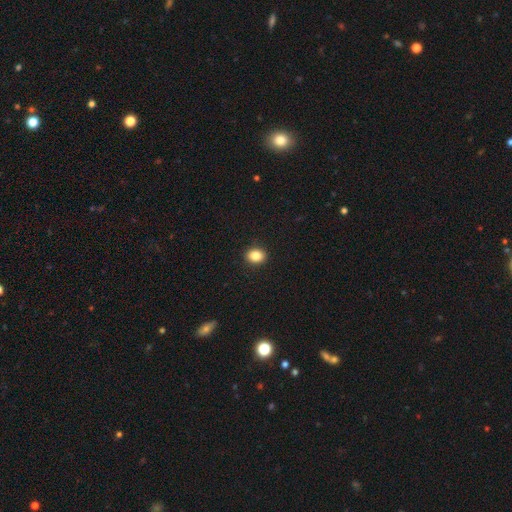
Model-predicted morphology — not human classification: Q: Smooth or featured?
A: smooth (85%); runner-up: star or artifact (10%)
Q: How rounded?
A: round (50%); runner-up: in between (49%)
Q: Merging?
A: none (91%); runner-up: minor disturbance (6%)